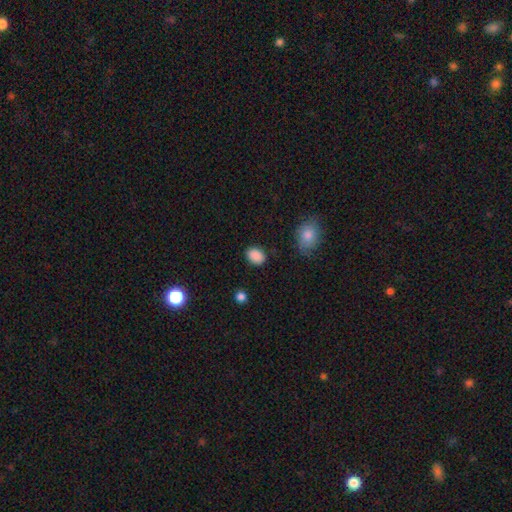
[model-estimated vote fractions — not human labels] This is clearly a smooth galaxy (88%). How rounded: likely in between (68%). Merging: clearly none (86%).